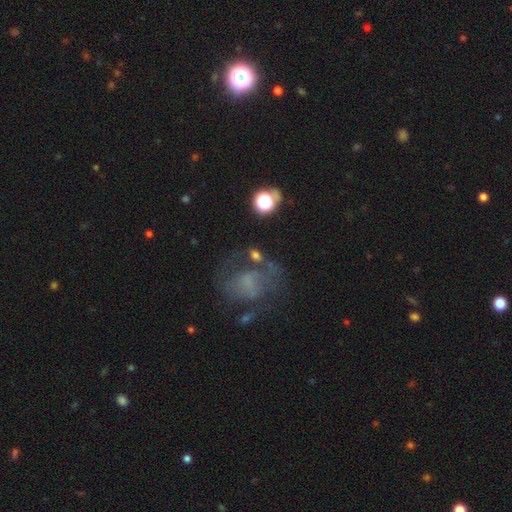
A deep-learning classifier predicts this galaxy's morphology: smooth_or_featured: smooth (p=0.47) [alt: featured or disk p=0.34]
merging: none (p=0.43) [alt: major disturbance p=0.26]